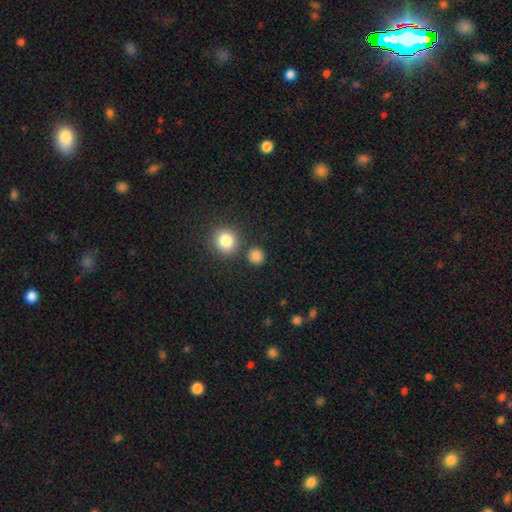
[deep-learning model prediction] Smooth or featured? Predicted: smooth (p=0.84). How rounded? Predicted: round (p=0.91). Merging? Predicted: none (p=0.82).